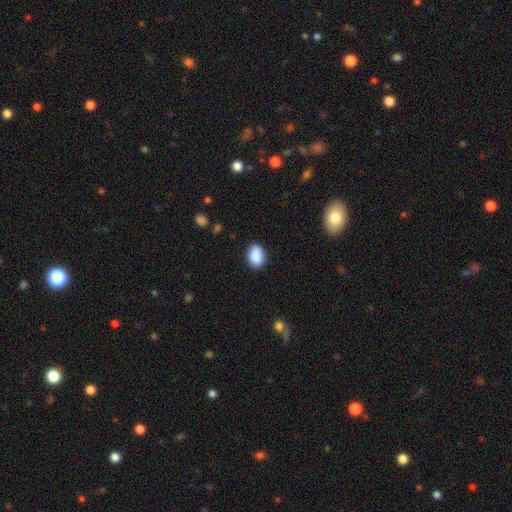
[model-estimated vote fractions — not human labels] smooth_or_featured: smooth (p=0.89) [alt: star or artifact p=0.07]
how_rounded: in between (p=0.78) [alt: round p=0.21]
merging: none (p=0.83) [alt: minor disturbance p=0.13]